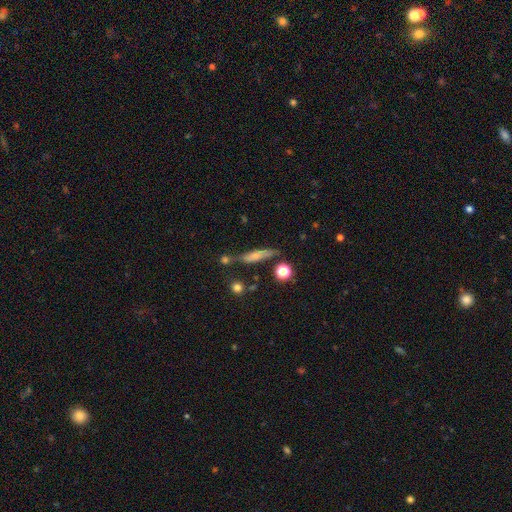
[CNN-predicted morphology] Smooth or featured? smooth (58%)
How rounded? cigar-shaped (77%)
Merging? none (63%)